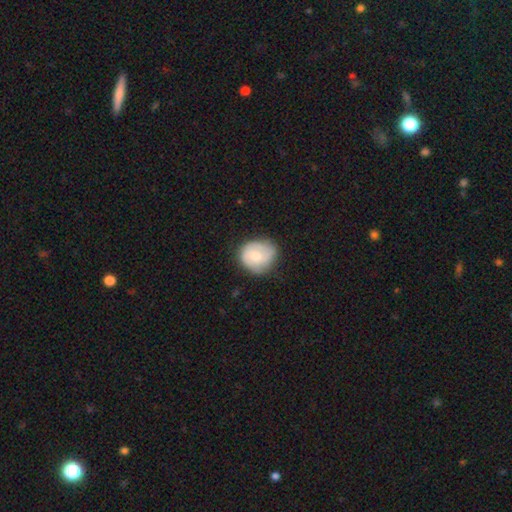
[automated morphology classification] type=smooth (57%); roundness=round (73%); merging=none (63%).